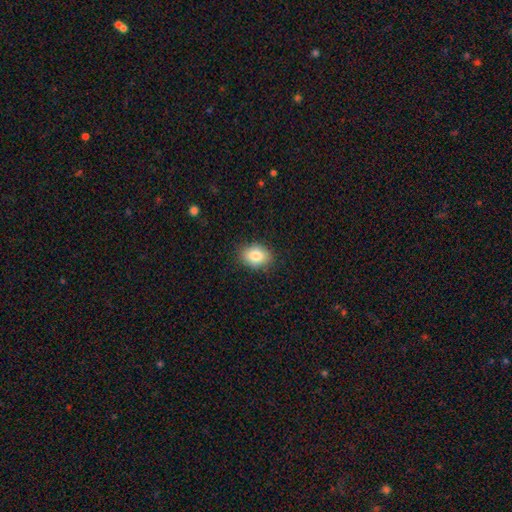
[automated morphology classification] Q: Smooth or featured?
A: smooth (83%); runner-up: star or artifact (8%)
Q: How rounded?
A: in between (76%); runner-up: round (23%)
Q: Merging?
A: none (86%); runner-up: minor disturbance (11%)